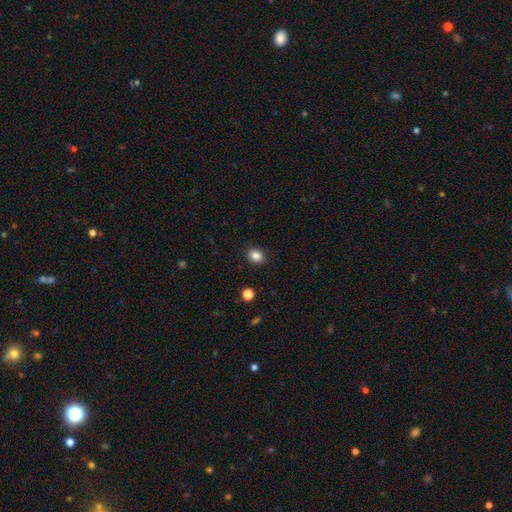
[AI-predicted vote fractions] Smooth or featured? smooth (85%)
How rounded? round (53%)
Merging? none (90%)